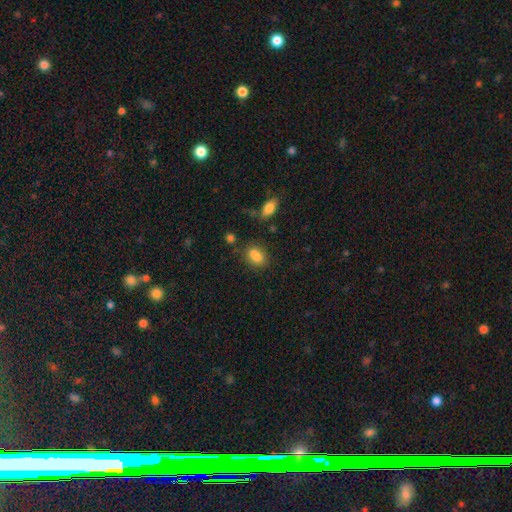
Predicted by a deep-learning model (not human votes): A smooth galaxy with no disk features (82%) that is in between round and cigar-shaped (79%).

Vote fractions:
- Smooth or featured? smooth: 82% / star or artifact: 10% / featured or disk: 8%
- How rounded? in between: 79% / round: 18% / cigar-shaped: 3%
- Merging? none: 63% / minor disturbance: 17% / merger: 15% / major disturbance: 5%